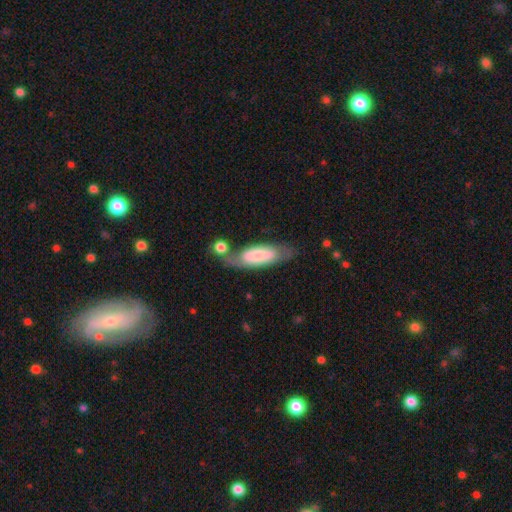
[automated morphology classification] Smooth or featured: smooth — 61% (featured or disk — 32%)
How rounded: in between — 64% (cigar-shaped — 34%)
Merging: none — 48% (minor disturbance — 21%)